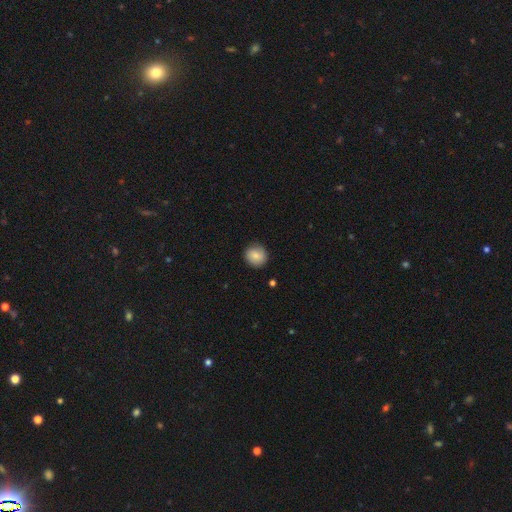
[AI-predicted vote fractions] This appears to be a smooth galaxy with no disk features (84%) that is round (88%). Merging: none (87%).